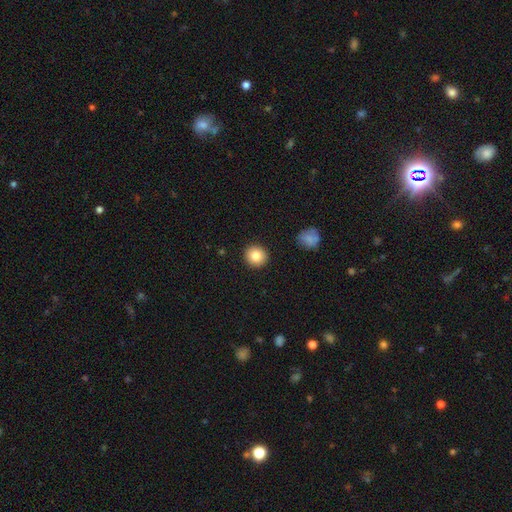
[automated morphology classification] Smooth or featured? Predicted: smooth (p=0.83). How rounded? Predicted: round (p=0.89). Merging? Predicted: none (p=0.92).